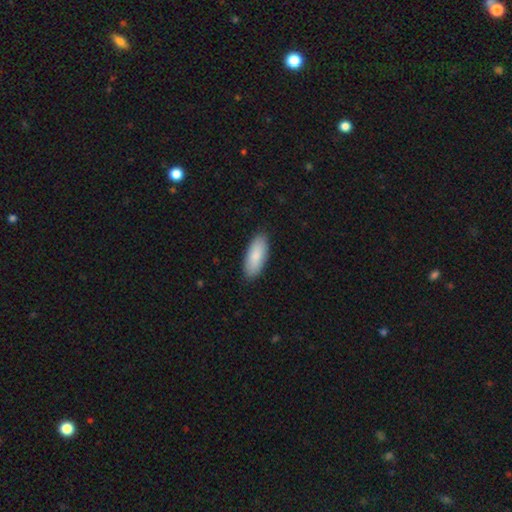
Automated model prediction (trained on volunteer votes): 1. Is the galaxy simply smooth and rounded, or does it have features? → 87% smooth, 8% featured or disk, 5% star or artifact.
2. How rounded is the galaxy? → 81% in between, 17% cigar-shaped, 2% round.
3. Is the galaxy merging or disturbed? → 88% none, 9% minor disturbance, 2% major disturbance, 1% merger.